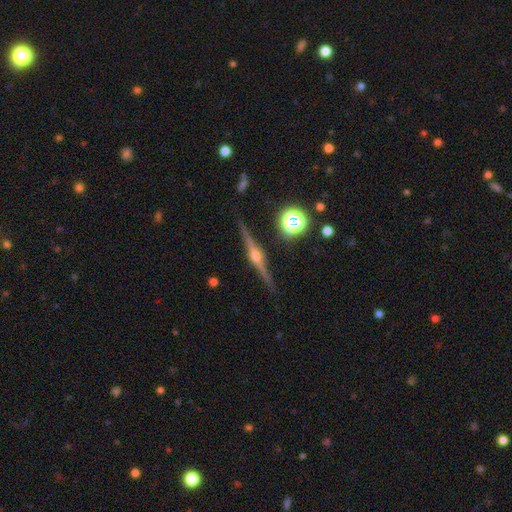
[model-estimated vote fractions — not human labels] Smooth or featured: featured or disk — 85% (smooth — 8%)
Edge-on disk: yes — 98% (no — 2%)
Edge-on bulge: rounded — 92% (boxy — 6%)
Merging: none — 90% (minor disturbance — 7%)